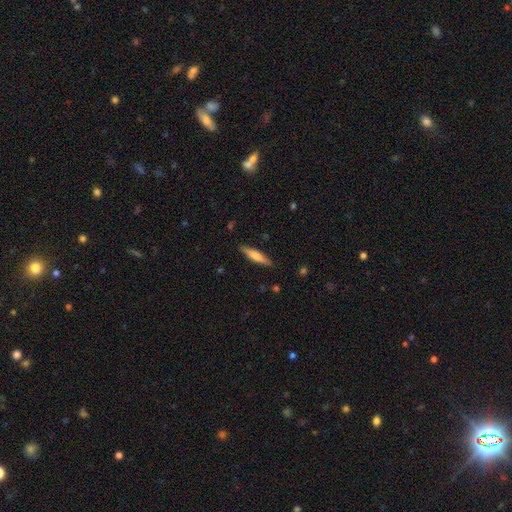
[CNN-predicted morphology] A smooth galaxy with no disk features (58%) that is cigar-shaped (84%). Merging: none (89%).